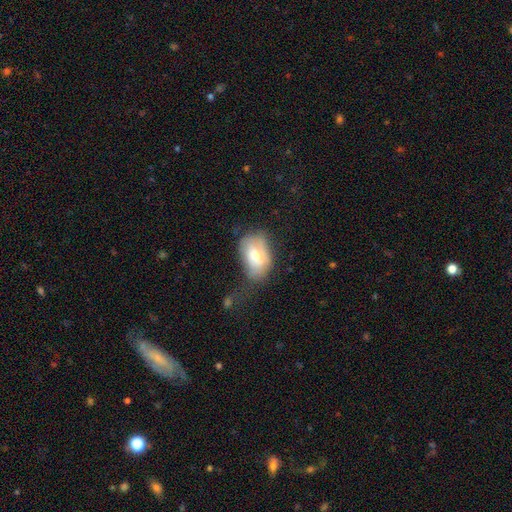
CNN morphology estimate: Smooth or featured?
  - smooth: 65% *
  - featured or disk: 27%
  - star or artifact: 8%
How rounded?
  - in between: 89% *
  - round: 9%
  - cigar-shaped: 2%
Merging?
  - minor disturbance: 35% * (tied)
  - none: 35% * (tied)
  - major disturbance: 25%
  - merger: 4%